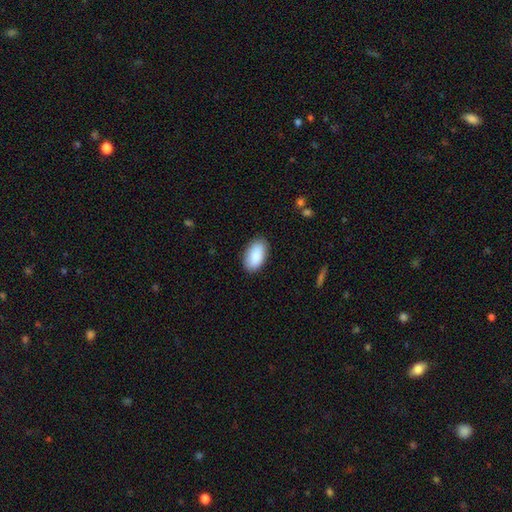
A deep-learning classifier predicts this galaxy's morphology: Smooth or featured: smooth — 90% (star or artifact — 6%)
How rounded: in between — 95% (round — 3%)
Merging: none — 86% (minor disturbance — 10%)